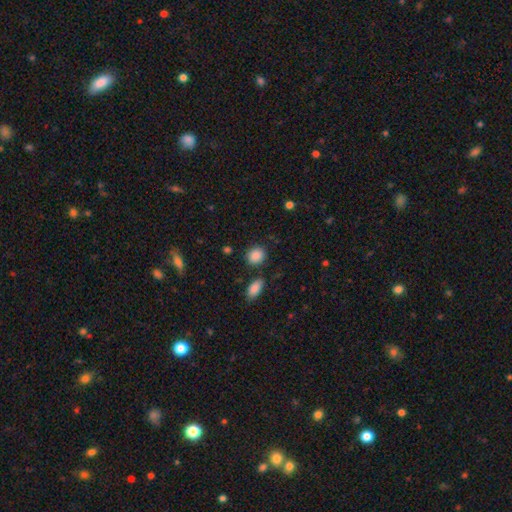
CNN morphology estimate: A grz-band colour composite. It shows a smooth galaxy with no disk features (88%) that is round (68%). Merging: none (81%).